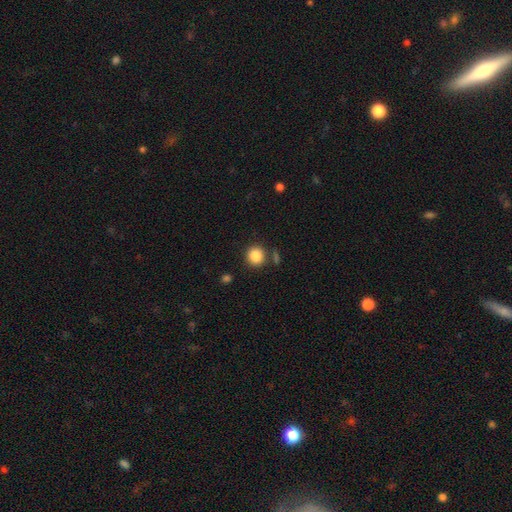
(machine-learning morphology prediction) This appears to be a smooth galaxy with no disk features (87%) that is round (89%). Merging: none (81%).